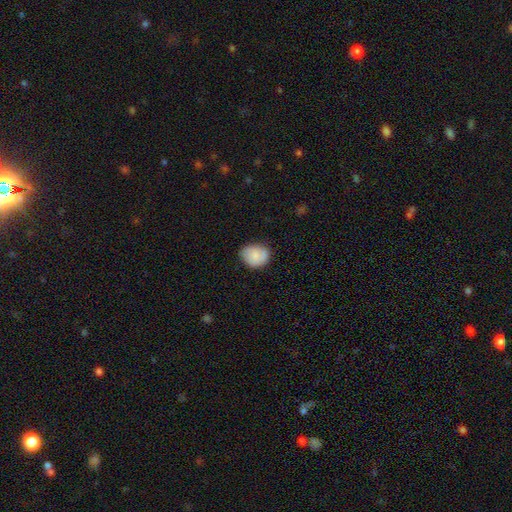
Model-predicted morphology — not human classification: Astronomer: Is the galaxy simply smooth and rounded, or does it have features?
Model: smooth — 78%.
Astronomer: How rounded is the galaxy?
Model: round — 61% (runner-up: in between, 38%).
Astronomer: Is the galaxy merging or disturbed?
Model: none — 72%.